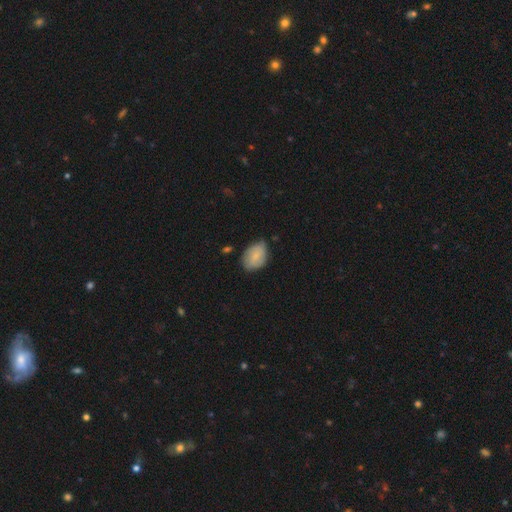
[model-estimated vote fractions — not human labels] A smooth galaxy with no disk features (75%) that is in between round and cigar-shaped (81%). Merging: none (61%).